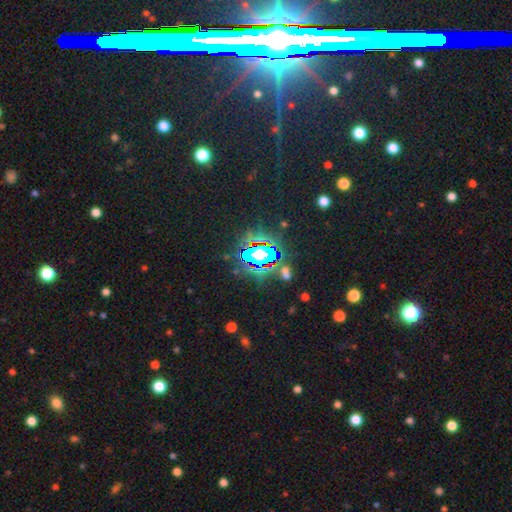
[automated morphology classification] A star or artifact, not a galaxy (71%).